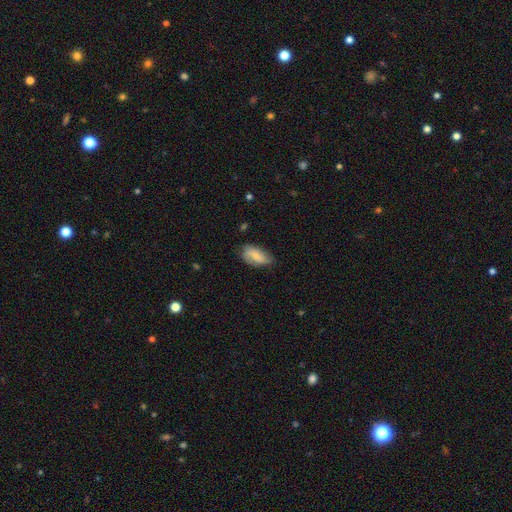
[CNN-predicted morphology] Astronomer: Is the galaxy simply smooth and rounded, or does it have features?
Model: smooth — 58% (runner-up: featured or disk, 35%).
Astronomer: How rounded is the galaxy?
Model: in between — 91%.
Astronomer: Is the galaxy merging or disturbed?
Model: none — 61%.